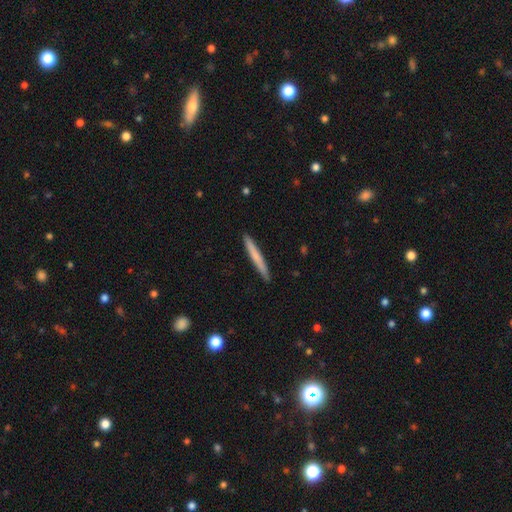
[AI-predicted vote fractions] smooth 67%, featured or disk 28%, star or artifact 5%. Down the decision tree: how rounded — cigar-shaped (97%); merging — none (91%).